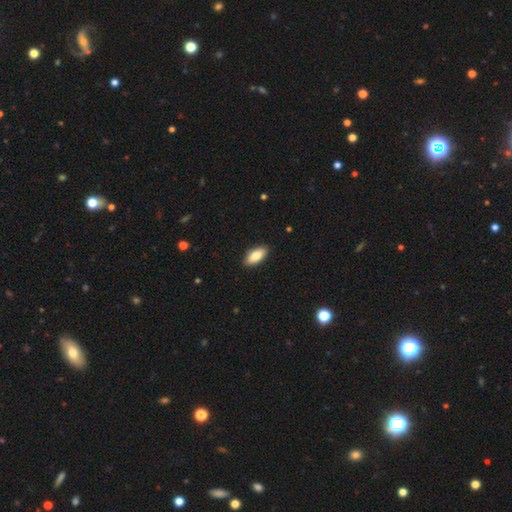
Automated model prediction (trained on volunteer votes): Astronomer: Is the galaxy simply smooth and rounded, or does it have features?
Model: smooth — 84%.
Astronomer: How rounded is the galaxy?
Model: in between — 87%.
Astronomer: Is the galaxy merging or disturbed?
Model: none — 90%.